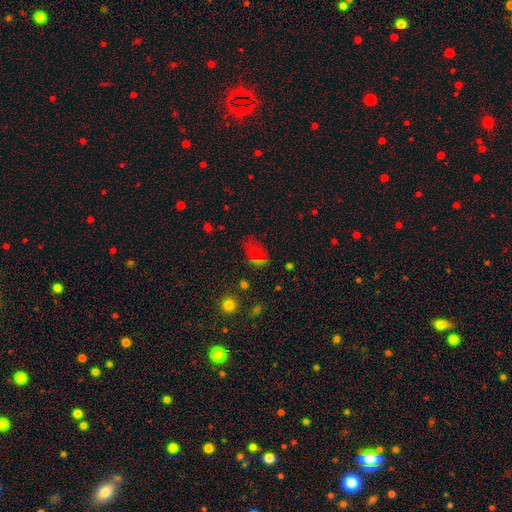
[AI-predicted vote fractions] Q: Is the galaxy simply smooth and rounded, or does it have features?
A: smooth — 56%.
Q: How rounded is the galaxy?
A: in between — 77%.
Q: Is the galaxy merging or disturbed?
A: none — 53%.